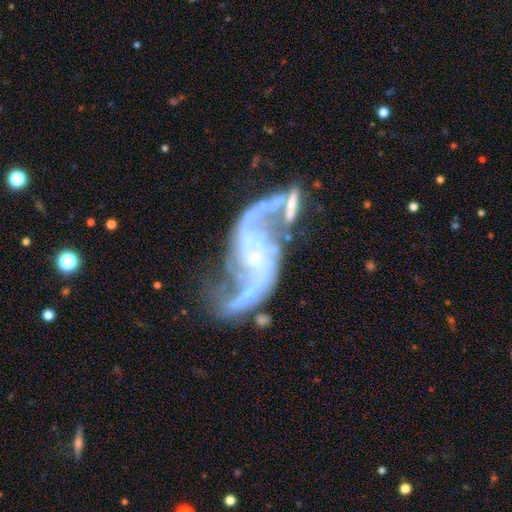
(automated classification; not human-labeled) The model was most divided on "merging": none: 38%, major disturbance: 23%, merger: 20%, minor disturbance: 19%. More confident: edge-on disk — no (97%); spiral arms — yes (97%); smooth or featured — featured or disk (91%); spiral arm count — 2 (85%); bulge size — small (71%); spiral winding — loose (71%); bar — no (52%).